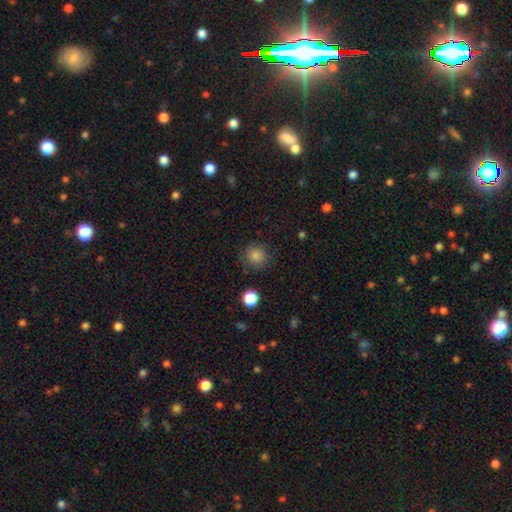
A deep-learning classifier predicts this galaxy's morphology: type=smooth (85%); roundness=round (89%); merging=none (83%).